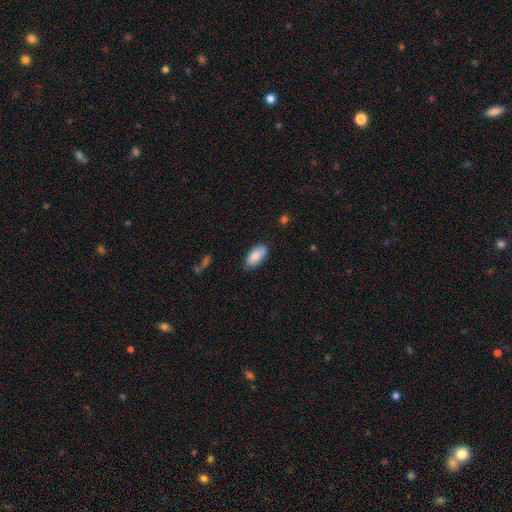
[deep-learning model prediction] A smooth galaxy with no disk features (87%) that is in between round and cigar-shaped (91%). Merging: none (83%).